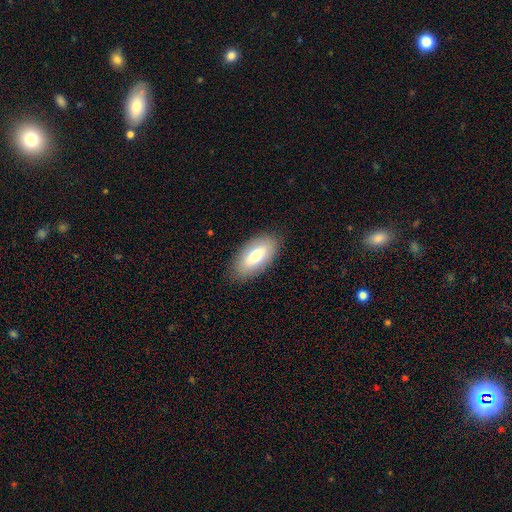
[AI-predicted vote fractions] Smooth or featured? smooth (72%)
How rounded? in between (91%)
Merging? none (86%)